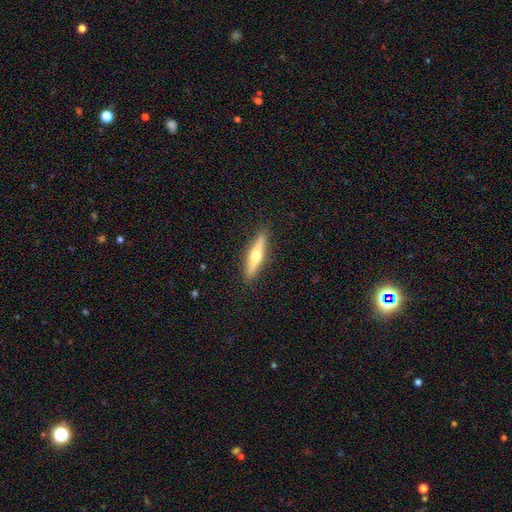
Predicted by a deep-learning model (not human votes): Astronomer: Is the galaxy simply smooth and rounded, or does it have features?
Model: featured or disk — 59% (runner-up: smooth, 35%).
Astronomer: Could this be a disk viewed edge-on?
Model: yes — 96%.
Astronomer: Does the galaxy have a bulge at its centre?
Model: rounded — 92%.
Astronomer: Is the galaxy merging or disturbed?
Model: none — 90%.